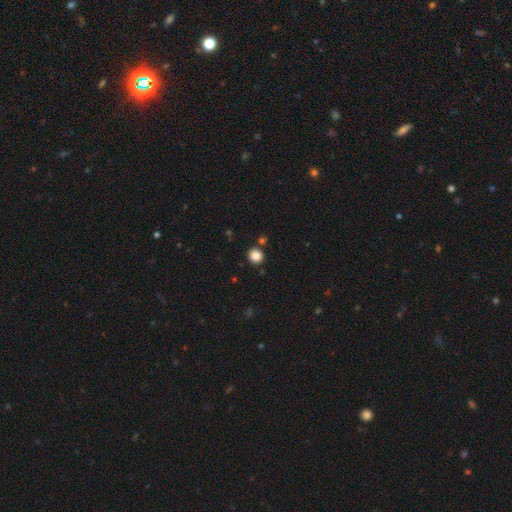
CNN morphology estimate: This appears to be a smooth galaxy with no disk features (86%) that is round (89%). Merging: none (84%).